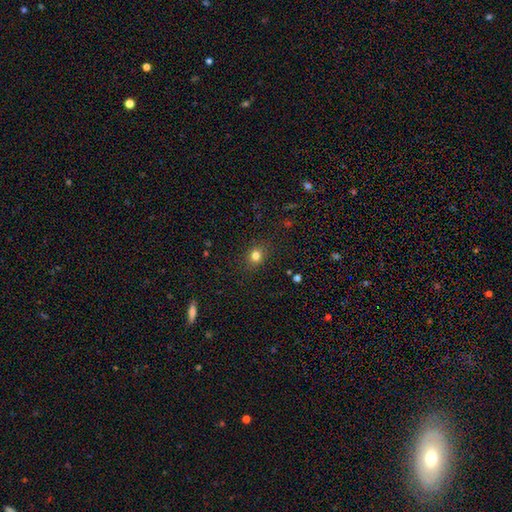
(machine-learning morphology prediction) Smooth or featured? Predicted: smooth (p=0.80). How rounded? Predicted: round (p=0.70). Merging? Predicted: none (p=0.87).